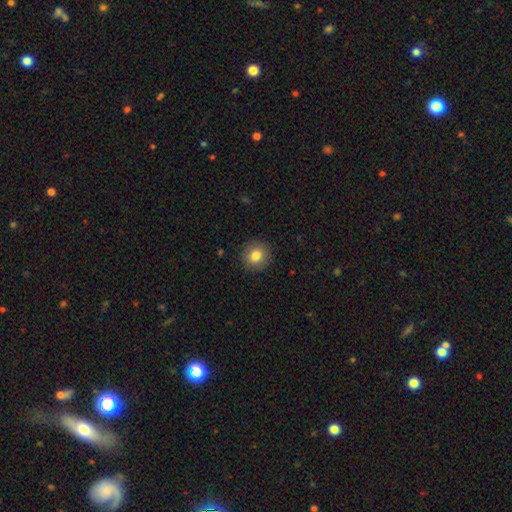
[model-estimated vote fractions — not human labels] Smooth or featured?
  - smooth: 82% *
  - star or artifact: 10%
  - featured or disk: 8%
How rounded?
  - round: 91% *
  - in between: 8%
  - cigar-shaped: 1%
Merging?
  - none: 90% *
  - minor disturbance: 7%
  - major disturbance: 2%
  - merger: 1%